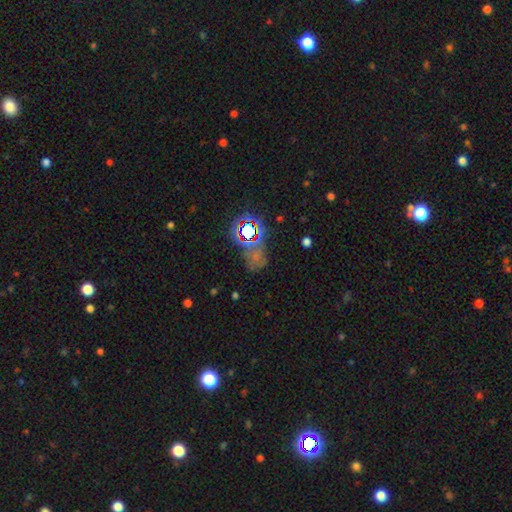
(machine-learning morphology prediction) A star or artifact, not a galaxy (59%).